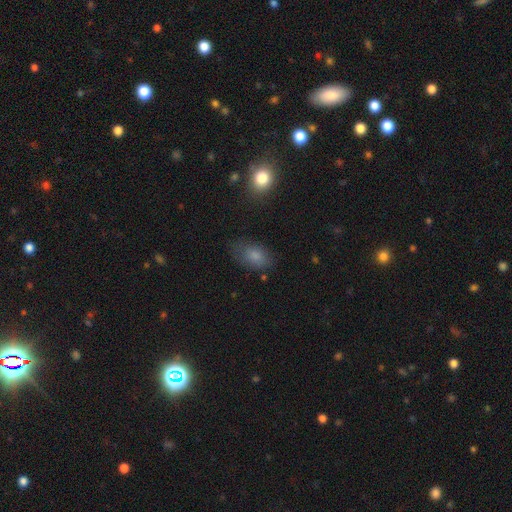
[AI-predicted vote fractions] A smooth galaxy with no disk features (78%) that is in between round and cigar-shaped (88%). Merging: none (70%).